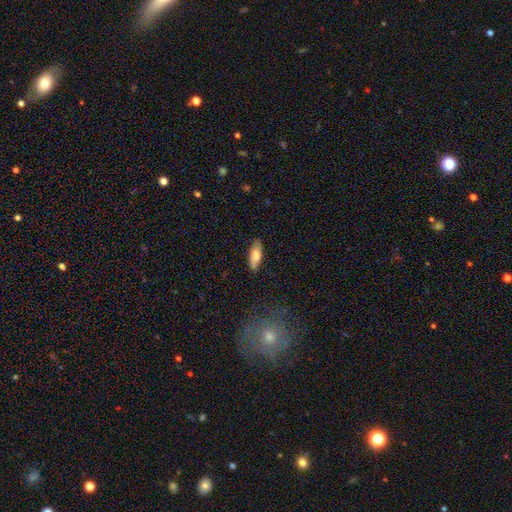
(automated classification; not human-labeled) A smooth galaxy with no disk features (75%) that is in between round and cigar-shaped (66%). Merging: none (81%).